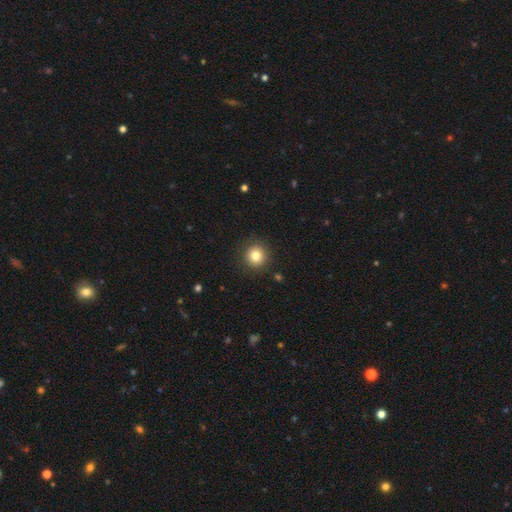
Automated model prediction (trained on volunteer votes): Smooth or featured?
  - smooth: 82% *
  - star or artifact: 11%
  - featured or disk: 7%
How rounded?
  - round: 93% *
  - in between: 6%
  - cigar-shaped: 1%
Merging?
  - none: 90% *
  - minor disturbance: 6%
  - major disturbance: 2%
  - merger: 1%